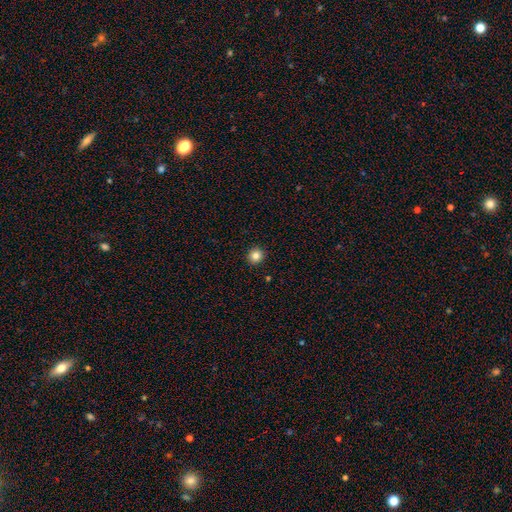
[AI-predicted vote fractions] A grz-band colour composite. It shows a smooth galaxy with no disk features (84%) that is round (92%). Merging: none (93%).